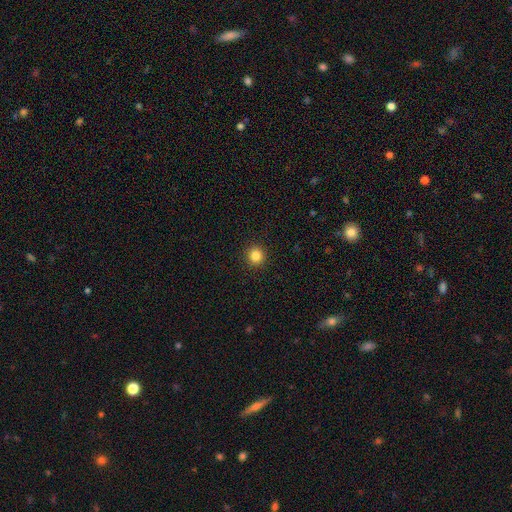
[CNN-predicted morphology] The model was most divided on "smooth or featured": smooth: 84%, star or artifact: 12%, featured or disk: 4%. More confident: how rounded — round (93%); merging — none (93%).